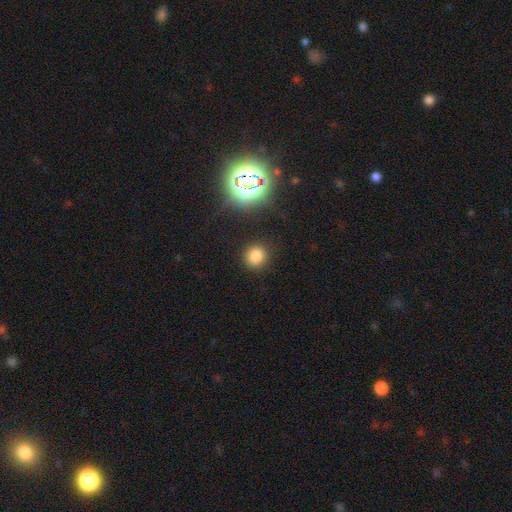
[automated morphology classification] Smooth or featured?
  - smooth: 76% *
  - star or artifact: 19%
  - featured or disk: 6%
How rounded?
  - round: 91% *
  - in between: 7%
  - cigar-shaped: 1%
Merging?
  - none: 89% *
  - minor disturbance: 7%
  - major disturbance: 3%
  - merger: 2%